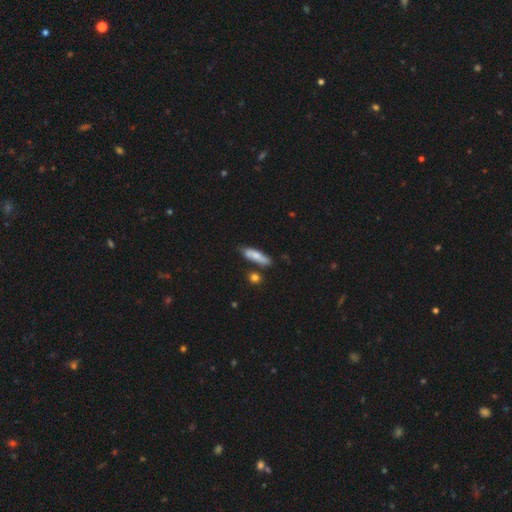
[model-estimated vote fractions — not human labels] smooth_or_featured: smooth (p=0.72) [alt: featured or disk p=0.22]
how_rounded: cigar-shaped (p=0.63) [alt: in between p=0.34]
merging: none (p=0.70) [alt: minor disturbance p=0.18]